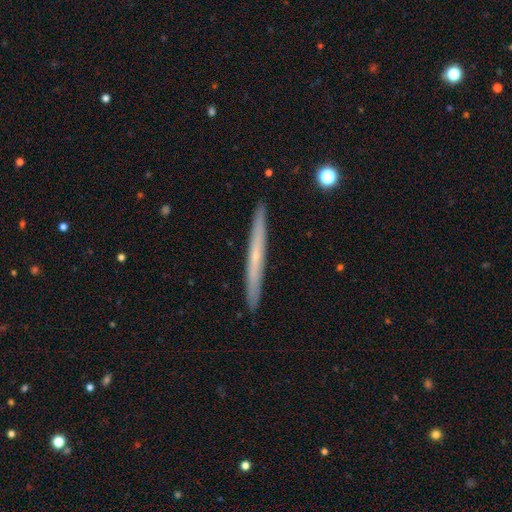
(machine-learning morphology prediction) Overall: featured or disk (53%; smooth 40%). Edge-on disk: yes (96%). Edge-on bulge: none (74%). Merging: none (92%).